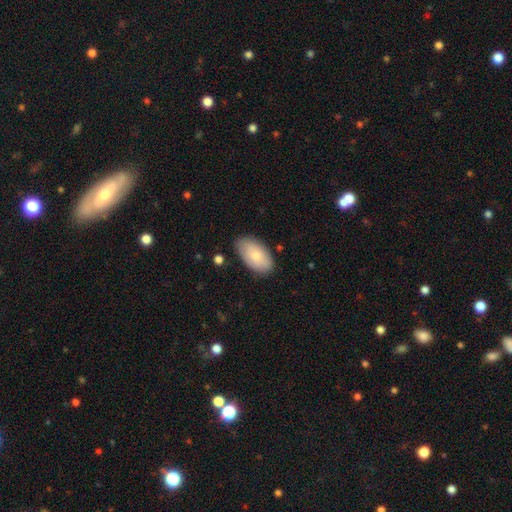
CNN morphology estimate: smooth 78%, featured or disk 16%, star or artifact 6%. Down the decision tree: how rounded — in between (95%); merging — none (80%).